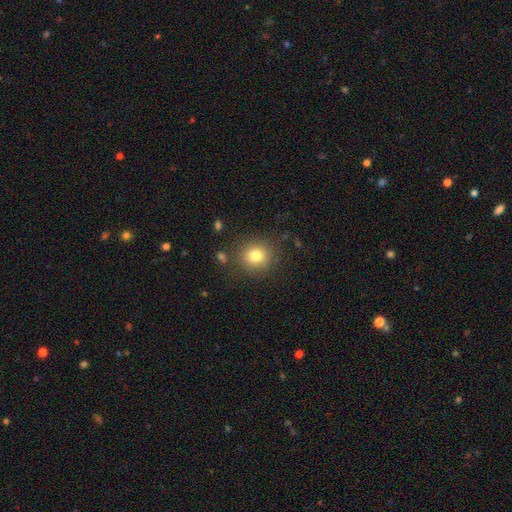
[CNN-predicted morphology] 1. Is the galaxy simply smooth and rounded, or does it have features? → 79% smooth, 12% star or artifact, 9% featured or disk.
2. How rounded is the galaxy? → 87% round, 12% in between, 1% cigar-shaped.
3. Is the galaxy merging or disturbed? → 85% none, 9% minor disturbance, 4% major disturbance, 3% merger.